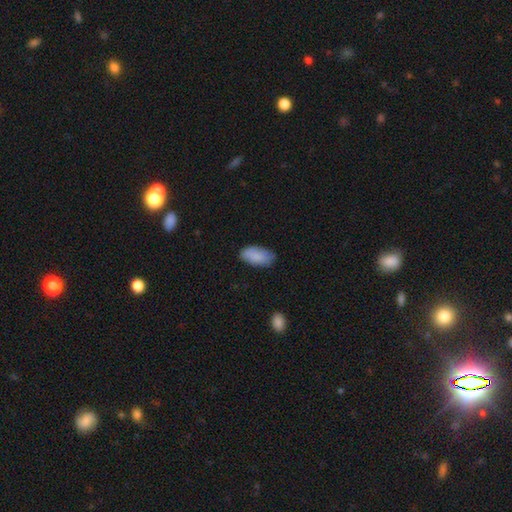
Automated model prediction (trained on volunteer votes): smooth 87%, featured or disk 7%, star or artifact 6%. Down the decision tree: how rounded — in between (93%); merging — none (76%).